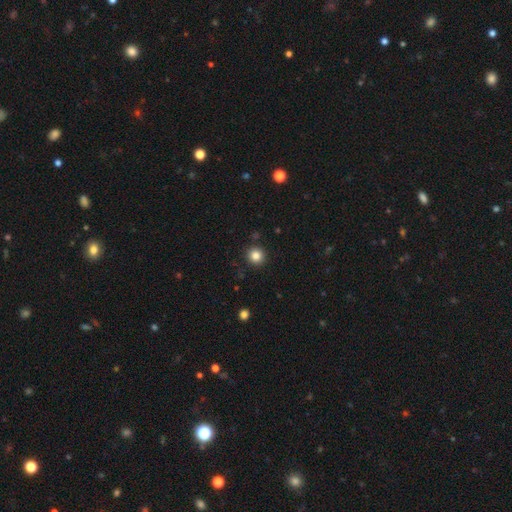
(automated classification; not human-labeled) This appears to be a smooth galaxy with no disk features (83%) that is round (93%). Merging: none (91%).